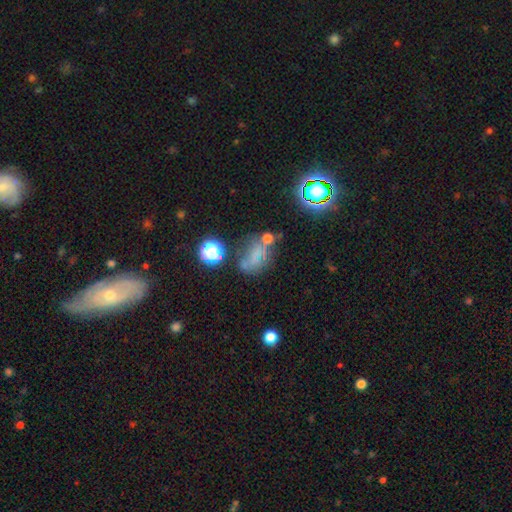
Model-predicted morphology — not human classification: smooth-or-featured: smooth: 47% | star or artifact: 31% | featured or disk: 22%
  merging: none: 43% | minor disturbance: 22% | major disturbance: 20% | merger: 15%